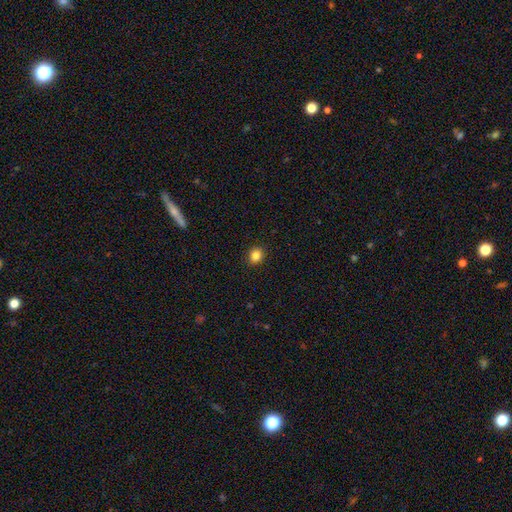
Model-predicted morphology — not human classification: Smooth or featured?
  - smooth: 84% *
  - star or artifact: 12%
  - featured or disk: 4%
How rounded?
  - round: 79% *
  - in between: 20%
  - cigar-shaped: 1%
Merging?
  - none: 92% *
  - minor disturbance: 5%
  - major disturbance: 2%
  - merger: 1%